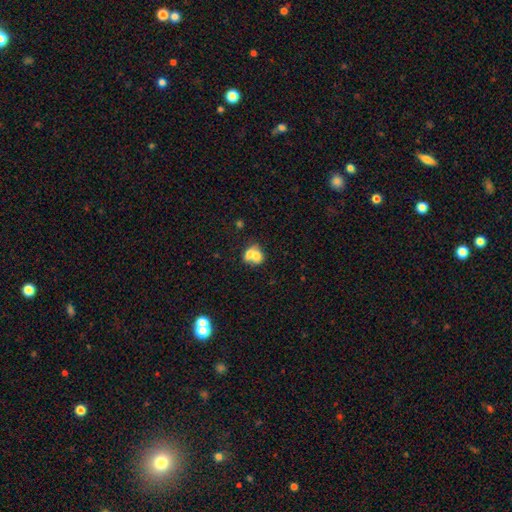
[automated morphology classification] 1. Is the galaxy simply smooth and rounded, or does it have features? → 66% smooth, 24% featured or disk, 9% star or artifact.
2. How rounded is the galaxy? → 53% round, 46% in between, 1% cigar-shaped.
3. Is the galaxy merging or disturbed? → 69% merger, 20% none, 7% minor disturbance, 4% major disturbance.